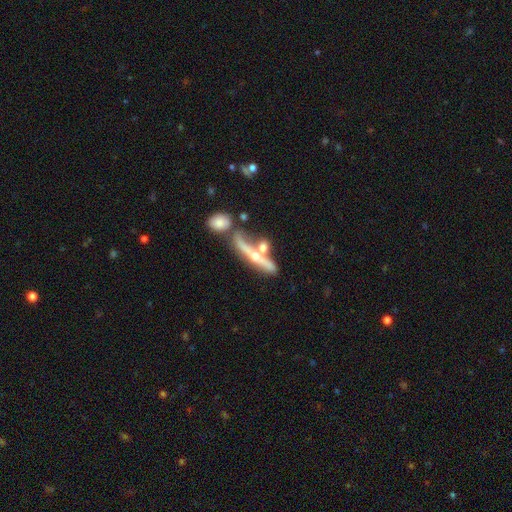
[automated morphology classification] type=featured or disk (69%); edge-on=yes (89%); edge-on bulge=rounded (87%); merging=none (49%).